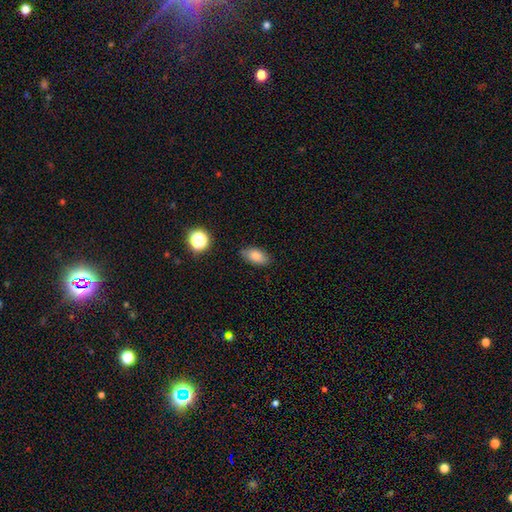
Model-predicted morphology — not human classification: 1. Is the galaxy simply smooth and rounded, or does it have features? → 82% smooth, 9% star or artifact, 9% featured or disk.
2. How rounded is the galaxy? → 90% in between, 6% round, 4% cigar-shaped.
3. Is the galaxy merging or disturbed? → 81% none, 14% minor disturbance, 3% major disturbance, 2% merger.